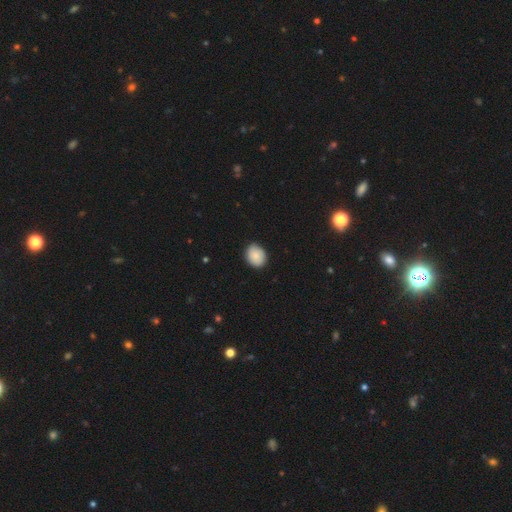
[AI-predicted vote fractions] Overall: smooth (84%). How rounded: round (56%; in between 44%). Merging: none (84%).